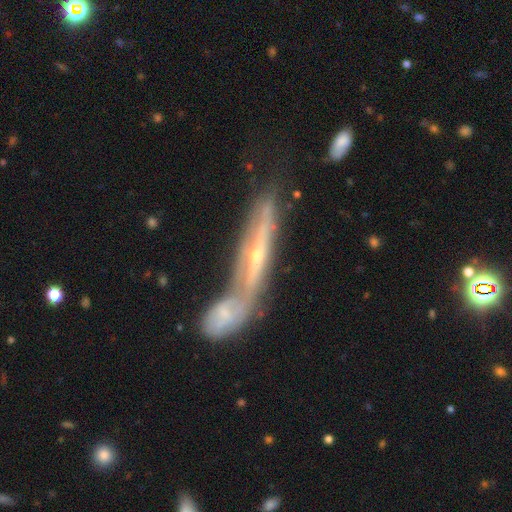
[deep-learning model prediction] The model was most divided on "merging": merger: 54%, none: 30%, minor disturbance: 10%, major disturbance: 6%. More confident: smooth or featured — featured or disk (65%); edge-on disk — yes (63%).